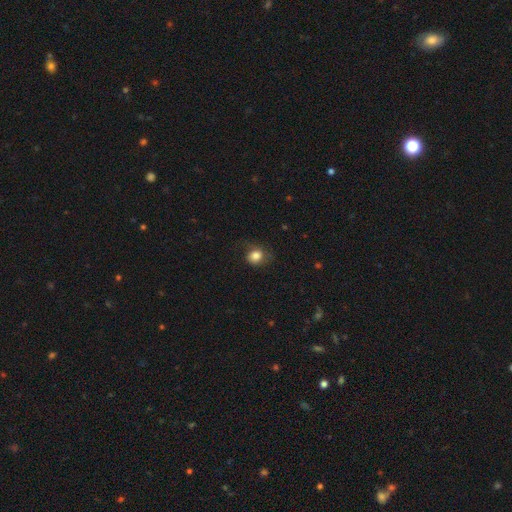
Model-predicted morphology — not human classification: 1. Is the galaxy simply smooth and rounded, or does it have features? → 81% smooth, 10% featured or disk, 10% star or artifact.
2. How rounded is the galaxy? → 66% round, 33% in between, 1% cigar-shaped.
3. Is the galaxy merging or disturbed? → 60% none, 24% minor disturbance, 14% major disturbance, 1% merger.